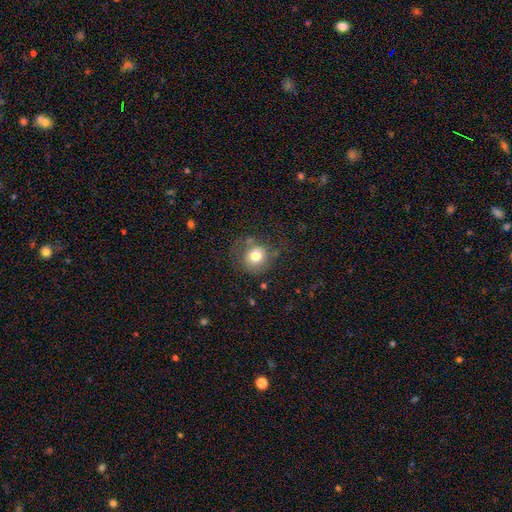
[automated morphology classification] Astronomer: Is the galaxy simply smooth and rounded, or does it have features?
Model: smooth — 76%.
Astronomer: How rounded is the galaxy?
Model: round — 85%.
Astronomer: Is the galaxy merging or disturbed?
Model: none — 67%.